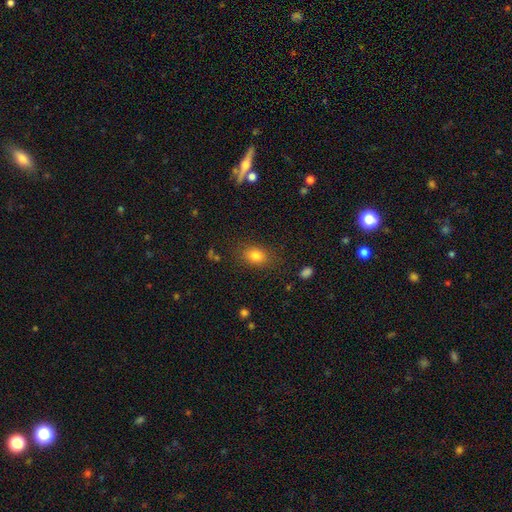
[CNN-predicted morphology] Smooth or featured? Predicted: smooth (p=0.81). How rounded? Predicted: in between (p=0.65). Merging? Predicted: none (p=0.81).